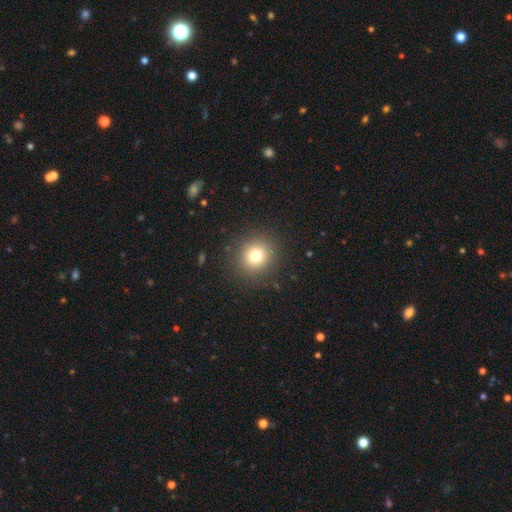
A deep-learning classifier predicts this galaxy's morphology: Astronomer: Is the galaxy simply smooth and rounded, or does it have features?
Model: smooth — 77%.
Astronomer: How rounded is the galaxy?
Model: round — 89%.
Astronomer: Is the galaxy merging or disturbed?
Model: none — 91%.